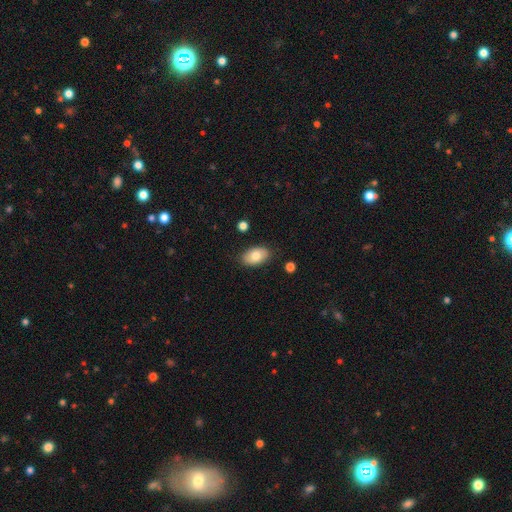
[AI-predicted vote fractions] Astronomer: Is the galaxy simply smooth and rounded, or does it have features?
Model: smooth — 79%.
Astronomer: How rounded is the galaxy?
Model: in between — 92%.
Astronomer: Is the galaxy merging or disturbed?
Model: none — 85%.